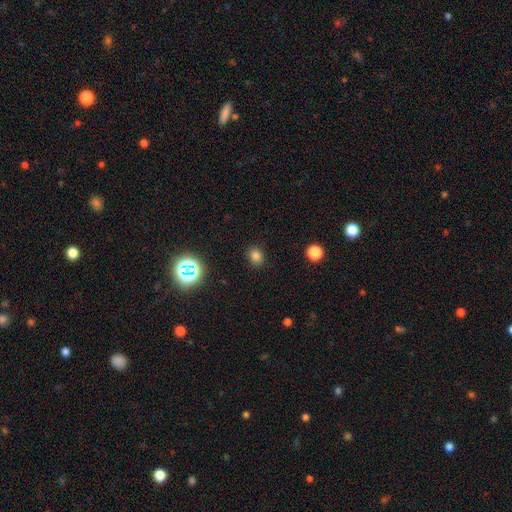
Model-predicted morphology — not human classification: A smooth galaxy with no disk features (78%) that is round (59%).

Vote fractions:
- Smooth or featured? smooth: 78% / star or artifact: 17% / featured or disk: 5%
- How rounded? round: 59% / in between: 40% / cigar-shaped: 1%
- Merging? none: 89% / minor disturbance: 8% / major disturbance: 3% / merger: 1%